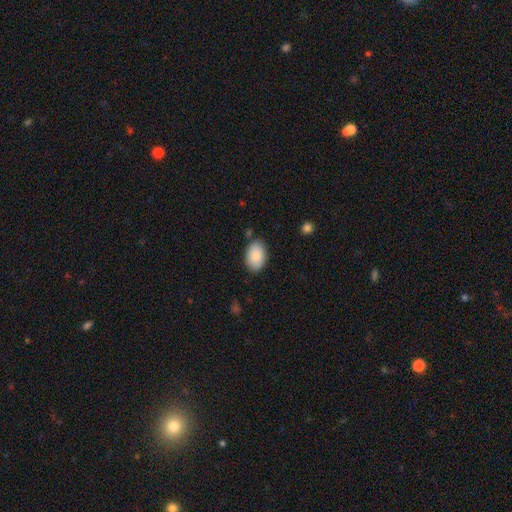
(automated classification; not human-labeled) smooth-or-featured: smooth: 86% | featured or disk: 8% | star or artifact: 6%
  how-rounded: in between: 91% | round: 8% | cigar-shaped: 1%
  merging: none: 83% | minor disturbance: 13% | major disturbance: 3% | merger: 2%